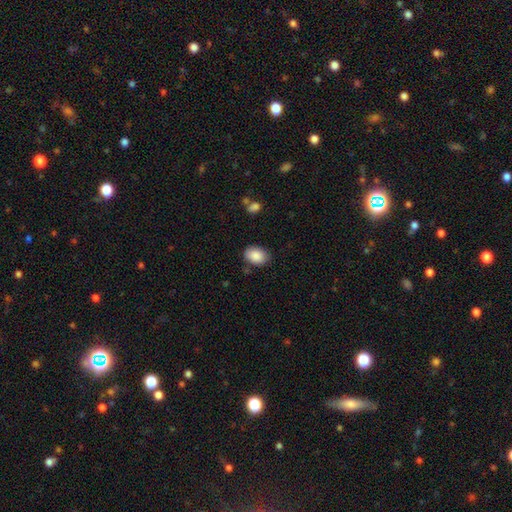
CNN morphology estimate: smooth-or-featured: smooth: 88% | star or artifact: 7% | featured or disk: 5%
  how-rounded: in between: 80% | round: 19% | cigar-shaped: 1%
  merging: none: 79% | minor disturbance: 15% | major disturbance: 3% | merger: 2%